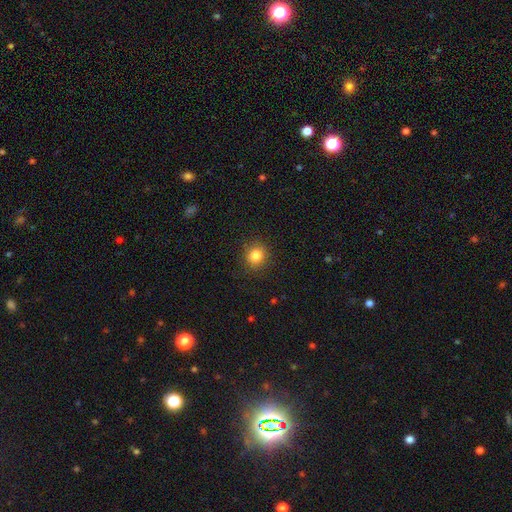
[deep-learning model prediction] smooth 83%, star or artifact 12%, featured or disk 5%. Down the decision tree: how rounded — round (86%); merging — none (89%).